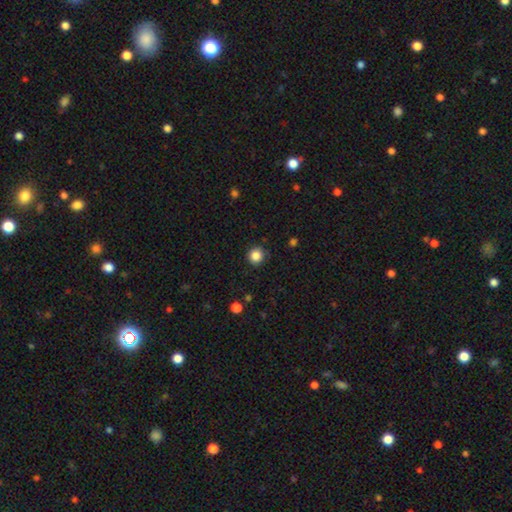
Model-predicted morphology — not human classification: Smooth or featured?
  - smooth: 85% *
  - star or artifact: 11%
  - featured or disk: 4%
How rounded?
  - round: 93% *
  - in between: 7%
  - cigar-shaped: 1%
Merging?
  - none: 89% *
  - minor disturbance: 8%
  - major disturbance: 2%
  - merger: 1%